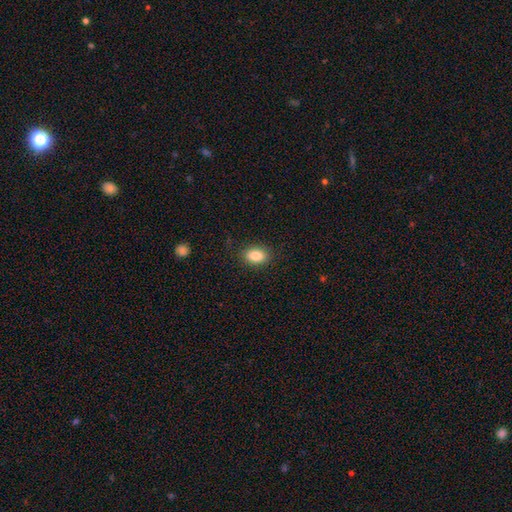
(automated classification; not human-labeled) A smooth galaxy with no disk features (85%) that is in between round and cigar-shaped (81%). Merging: none (87%).